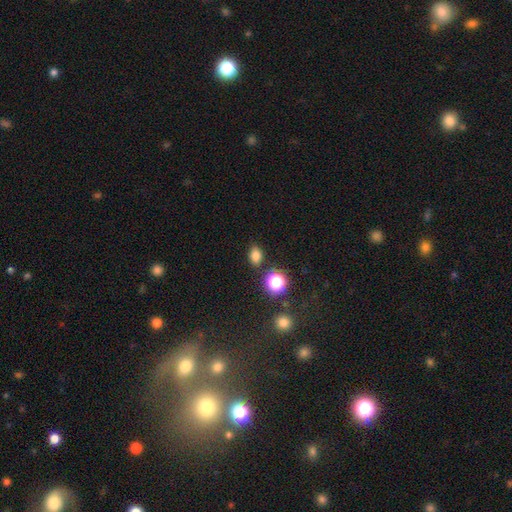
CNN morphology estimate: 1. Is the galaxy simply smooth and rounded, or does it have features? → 77% smooth, 17% star or artifact, 6% featured or disk.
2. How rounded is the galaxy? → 71% in between, 28% round, 1% cigar-shaped.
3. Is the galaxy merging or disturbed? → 82% none, 11% minor disturbance, 4% merger, 3% major disturbance.